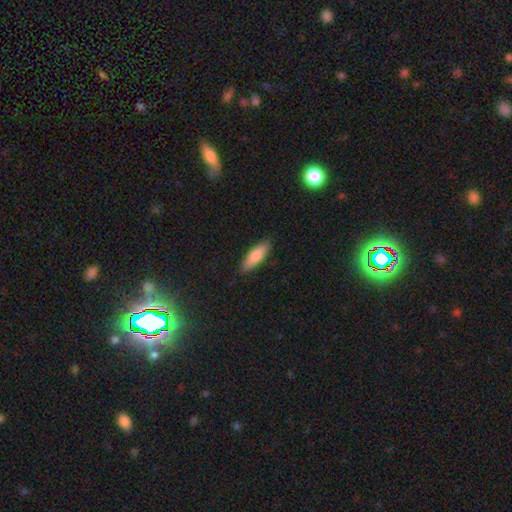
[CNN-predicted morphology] smooth-or-featured: smooth: 78% | featured or disk: 16% | star or artifact: 6%
  how-rounded: cigar-shaped: 51% | in between: 47% | round: 2%
  merging: none: 87% | minor disturbance: 10% | major disturbance: 2% | merger: 1%